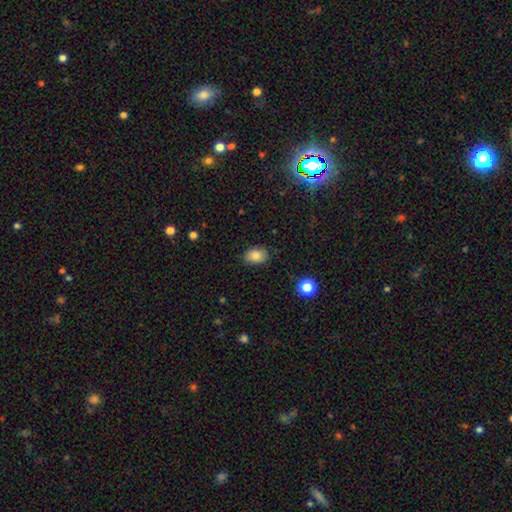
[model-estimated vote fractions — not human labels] Q: Smooth or featured?
A: smooth (83%); runner-up: star or artifact (9%)
Q: How rounded?
A: in between (76%); runner-up: round (23%)
Q: Merging?
A: none (82%); runner-up: minor disturbance (14%)